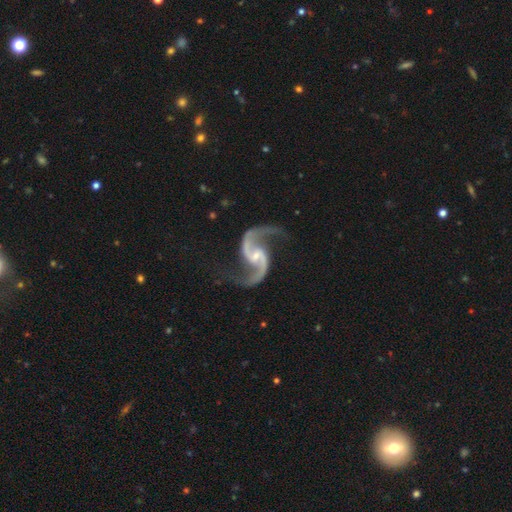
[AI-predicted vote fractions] Morphology: type=featured or disk (94%); edge-on=no (98%); bar=weak (44%); spiral arms=yes (98%); winding=loose (68%); arm count=2 (95%); bulge=small (68%); merging=none (76%).